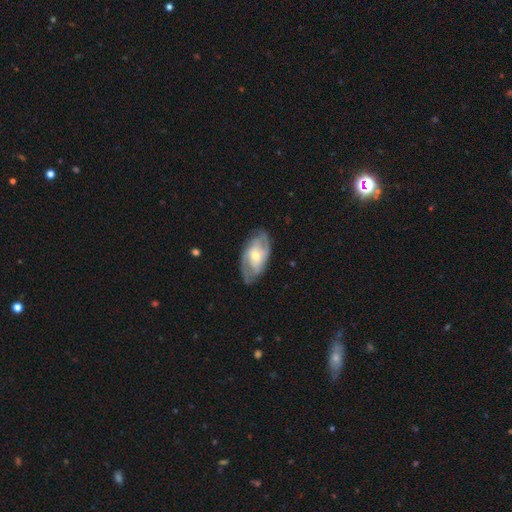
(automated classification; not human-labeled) Morphology: type=featured or disk (71%); edge-on=no (92%); bar=no (57%); spiral arms=yes (81%); winding=tight (44%); arm count=2 (52%); bulge=moderate (57%); merging=none (73%).